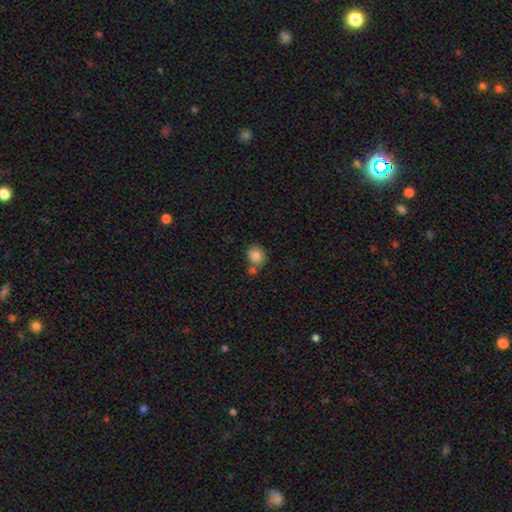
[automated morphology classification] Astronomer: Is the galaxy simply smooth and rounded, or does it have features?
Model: smooth — 82%.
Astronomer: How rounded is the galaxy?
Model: round — 78%.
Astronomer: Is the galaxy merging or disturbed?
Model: none — 58%.